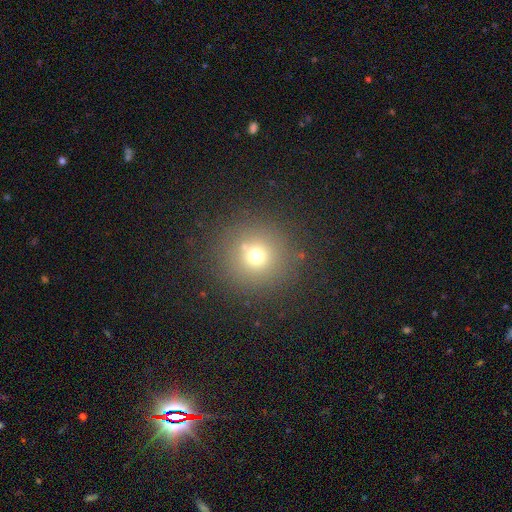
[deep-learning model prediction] The model was most divided on "smooth or featured": smooth: 68%, star or artifact: 20%, featured or disk: 11%. More confident: how rounded — round (95%); merging — none (84%).